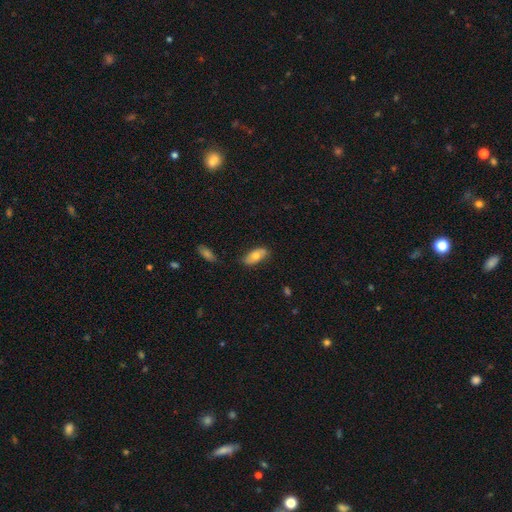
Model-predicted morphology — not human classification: Smooth or featured?
  - smooth: 70% *
  - featured or disk: 23%
  - star or artifact: 7%
How rounded?
  - in between: 86% *
  - cigar-shaped: 11%
  - round: 3%
Merging?
  - none: 77% *
  - minor disturbance: 17%
  - major disturbance: 3%
  - merger: 2%